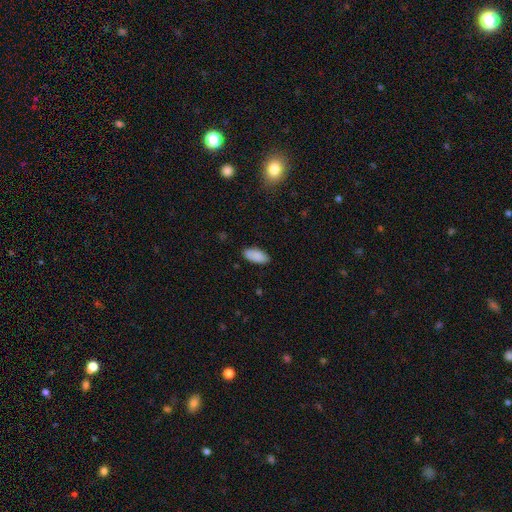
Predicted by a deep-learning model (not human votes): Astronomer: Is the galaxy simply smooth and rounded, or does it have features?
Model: smooth — 88%.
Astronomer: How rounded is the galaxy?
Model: in between — 90%.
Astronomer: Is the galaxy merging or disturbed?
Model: none — 84%.